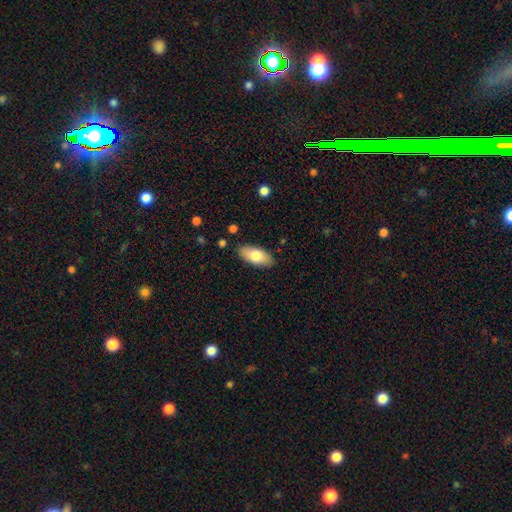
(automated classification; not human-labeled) Q: Smooth or featured?
A: smooth (76%); runner-up: featured or disk (17%)
Q: How rounded?
A: in between (90%); runner-up: cigar-shaped (8%)
Q: Merging?
A: none (87%); runner-up: minor disturbance (10%)